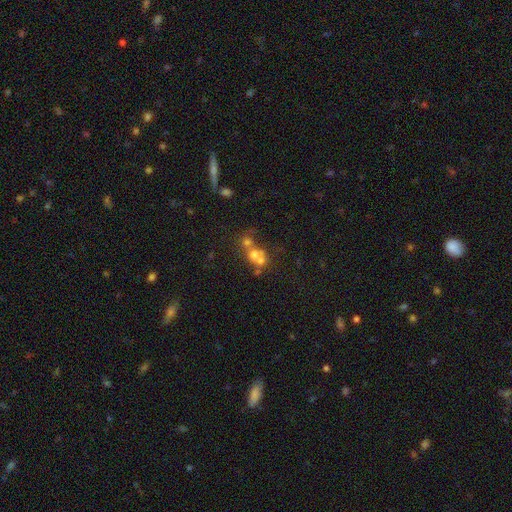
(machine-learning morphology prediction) A smooth galaxy with no disk features (53%) that is round (75%). Merging: merger (58%).